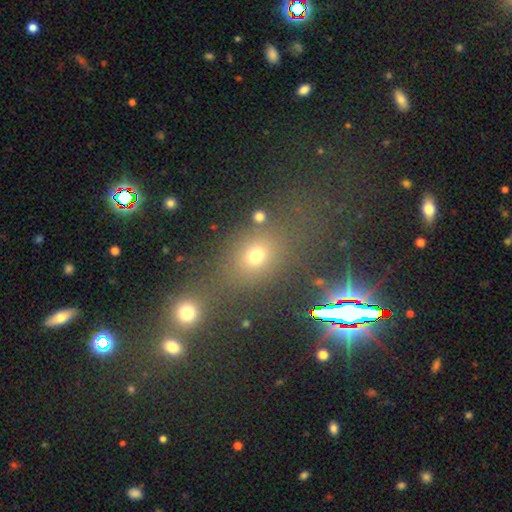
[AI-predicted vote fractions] Smooth or featured? smooth (65%)
How rounded? round (54%)
Merging? none (60%)